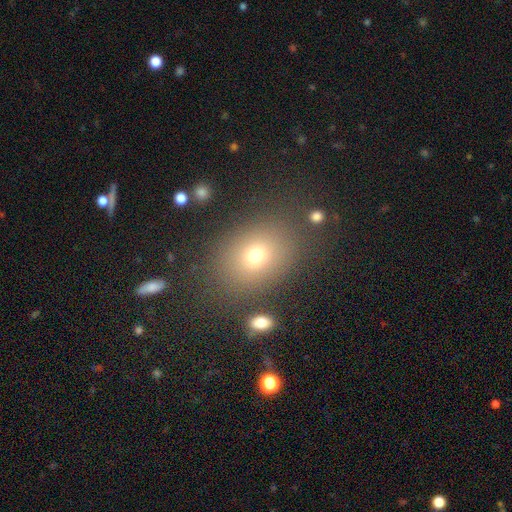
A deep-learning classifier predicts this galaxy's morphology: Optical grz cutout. It shows a smooth galaxy with no disk features (71%) that is in between round and cigar-shaped (57%). Merging: none (81%).